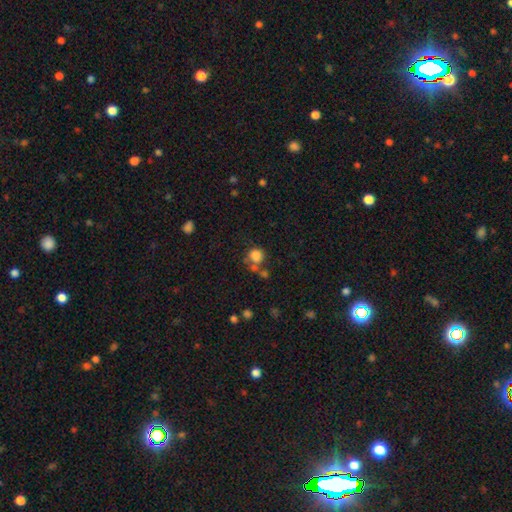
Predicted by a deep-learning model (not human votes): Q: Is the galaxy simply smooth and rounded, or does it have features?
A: smooth — 81%.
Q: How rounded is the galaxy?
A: round — 85%.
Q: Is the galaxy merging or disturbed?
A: none — 50%.